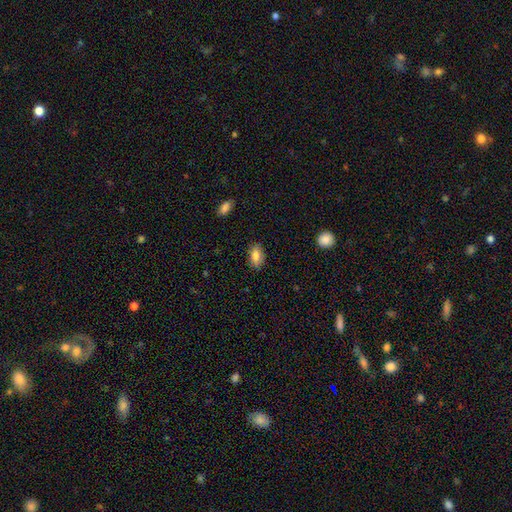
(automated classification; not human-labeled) A smooth galaxy with no disk features (82%) that is in between round and cigar-shaped (90%).

Vote fractions:
- Smooth or featured? smooth: 82% / featured or disk: 11% / star or artifact: 7%
- How rounded? in between: 90% / round: 7% / cigar-shaped: 3%
- Merging? none: 83% / minor disturbance: 13% / major disturbance: 3% / merger: 1%